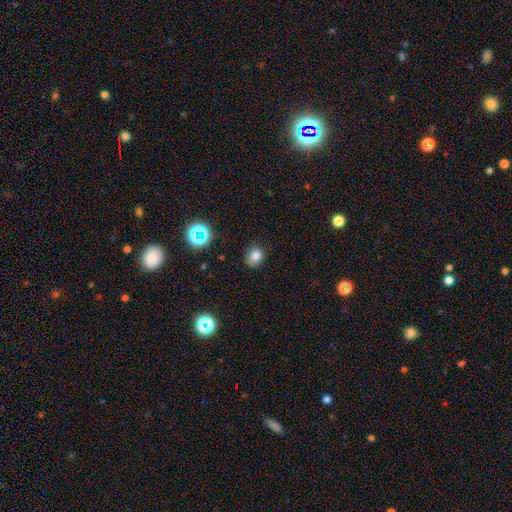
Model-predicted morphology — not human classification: Q: Smooth or featured?
A: smooth (78%); runner-up: star or artifact (15%)
Q: How rounded?
A: round (69%); runner-up: in between (30%)
Q: Merging?
A: none (82%); runner-up: minor disturbance (14%)